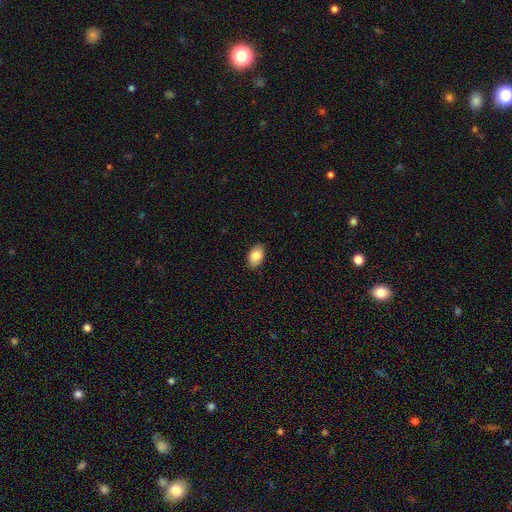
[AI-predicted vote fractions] A smooth galaxy with no disk features (86%) that is in between round and cigar-shaped (90%).

Vote fractions:
- Smooth or featured? smooth: 86% / featured or disk: 7% / star or artifact: 7%
- How rounded? in between: 90% / round: 9% / cigar-shaped: 1%
- Merging? none: 87% / minor disturbance: 10% / major disturbance: 2% / merger: 1%